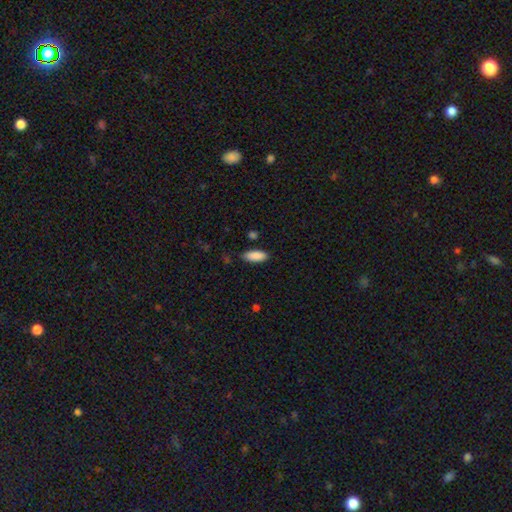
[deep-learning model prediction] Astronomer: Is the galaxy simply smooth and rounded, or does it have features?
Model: smooth — 90%.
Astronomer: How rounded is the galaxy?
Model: in between — 80%.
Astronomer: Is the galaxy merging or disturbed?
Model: none — 85%.